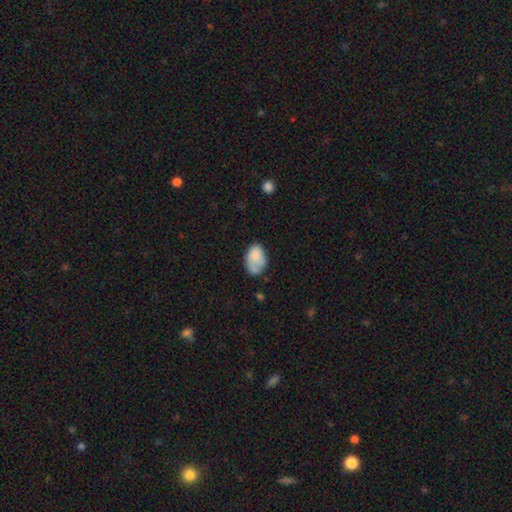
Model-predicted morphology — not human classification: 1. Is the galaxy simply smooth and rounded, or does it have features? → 78% smooth, 14% featured or disk, 8% star or artifact.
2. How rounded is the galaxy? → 87% in between, 12% round, 1% cigar-shaped.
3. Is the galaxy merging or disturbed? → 48% none, 32% minor disturbance, 12% major disturbance, 8% merger.